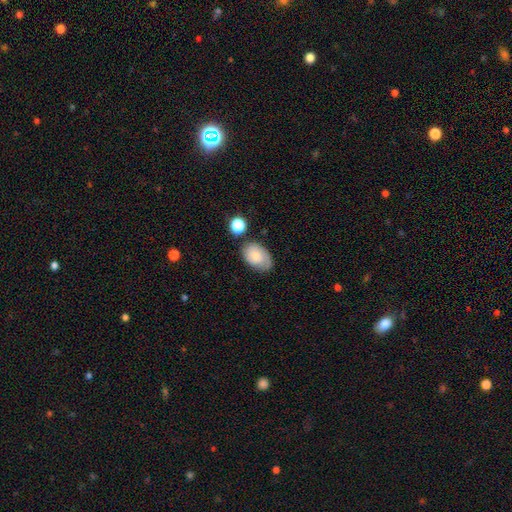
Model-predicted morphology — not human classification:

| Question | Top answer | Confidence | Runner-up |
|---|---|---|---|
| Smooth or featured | smooth | 69% | featured or disk (22%) |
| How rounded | in between | 85% | round (14%) |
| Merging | none | 65% | minor disturbance (23%) |